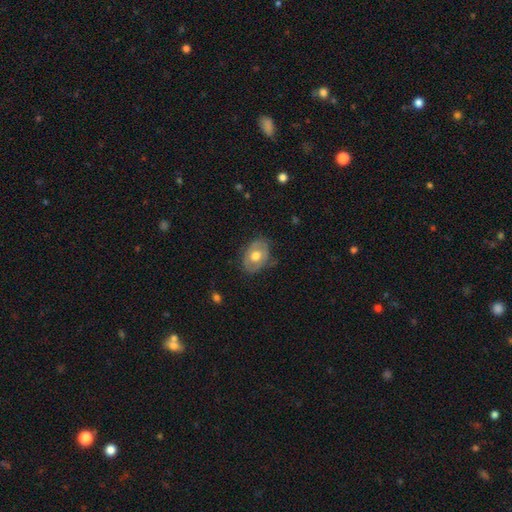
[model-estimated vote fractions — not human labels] Smooth or featured? Predicted: smooth (p=0.48). Merging? Predicted: none (p=0.71).